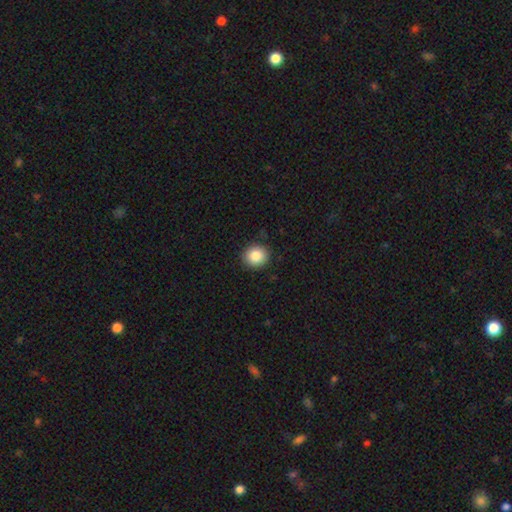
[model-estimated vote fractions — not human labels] smooth_or_featured: smooth (p=0.85) [alt: star or artifact p=0.09]
how_rounded: round (p=0.83) [alt: in between p=0.16]
merging: none (p=0.90) [alt: minor disturbance p=0.07]